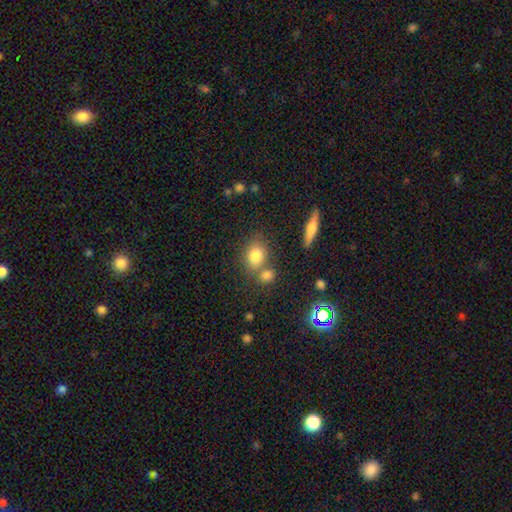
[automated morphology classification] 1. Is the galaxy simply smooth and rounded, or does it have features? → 78% smooth, 11% star or artifact, 10% featured or disk.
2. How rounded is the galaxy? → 51% round, 46% in between, 2% cigar-shaped.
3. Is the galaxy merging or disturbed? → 59% none, 26% merger, 11% minor disturbance, 4% major disturbance.